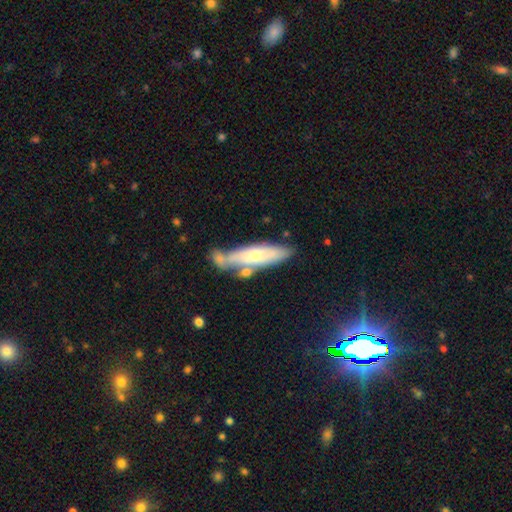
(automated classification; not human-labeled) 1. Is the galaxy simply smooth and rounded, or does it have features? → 56% smooth, 38% featured or disk, 6% star or artifact.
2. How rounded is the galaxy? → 64% cigar-shaped, 34% in between, 2% round.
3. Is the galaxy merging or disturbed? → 51% none, 23% merger, 20% minor disturbance, 6% major disturbance.